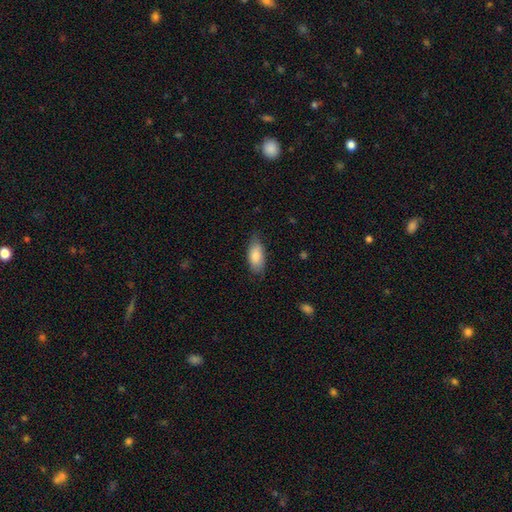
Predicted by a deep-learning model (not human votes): Q: Smooth or featured?
A: smooth (84%); runner-up: featured or disk (10%)
Q: How rounded?
A: in between (85%); runner-up: cigar-shaped (13%)
Q: Merging?
A: none (75%); runner-up: minor disturbance (20%)